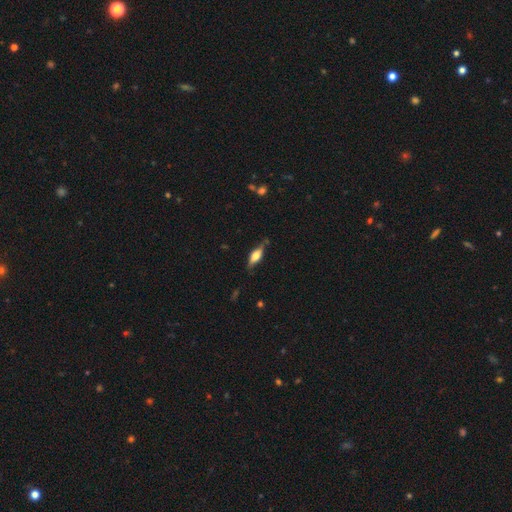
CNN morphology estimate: smooth-or-featured: smooth: 49% | featured or disk: 45% | star or artifact: 7%
  merging: none: 73% | minor disturbance: 20% | major disturbance: 5% | merger: 2%